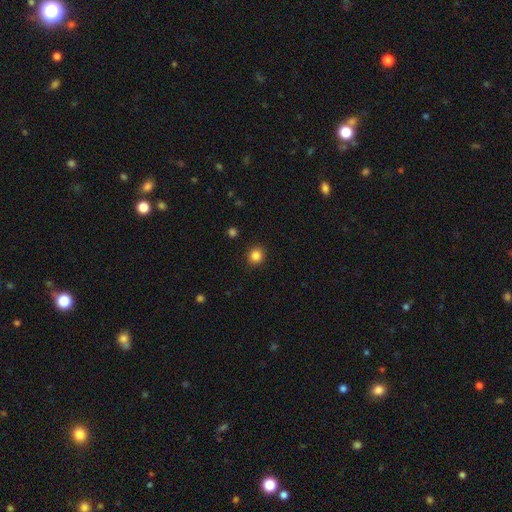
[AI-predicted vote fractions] smooth-or-featured: smooth: 85% | star or artifact: 11% | featured or disk: 4%
  how-rounded: round: 89% | in between: 10% | cigar-shaped: 1%
  merging: none: 91% | minor disturbance: 6% | major disturbance: 2% | merger: 1%